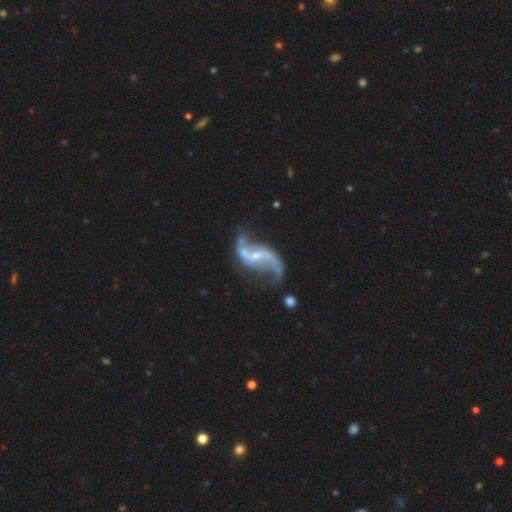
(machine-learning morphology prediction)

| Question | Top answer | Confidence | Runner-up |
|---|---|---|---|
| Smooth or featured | featured or disk | 90% | star or artifact (5%) |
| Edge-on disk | no | 97% | yes (3%) |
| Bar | weak | 44% | no (29%) |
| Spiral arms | yes | 94% | no (6%) |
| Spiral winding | loose | 86% | medium (11%) |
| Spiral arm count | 2 | 92% | 1 (3%) |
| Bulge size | small | 67% | moderate (20%) |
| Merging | none | 56% | minor disturbance (20%) |